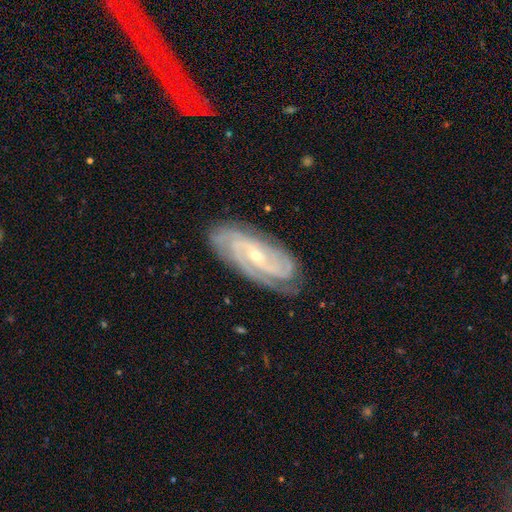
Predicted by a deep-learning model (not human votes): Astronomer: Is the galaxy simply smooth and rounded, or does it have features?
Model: featured or disk — 89%.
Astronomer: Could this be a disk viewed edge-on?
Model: no — 94%.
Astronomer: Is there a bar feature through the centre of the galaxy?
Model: no — 46% (runner-up: weak, 34%).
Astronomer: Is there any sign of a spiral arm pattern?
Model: yes — 98%.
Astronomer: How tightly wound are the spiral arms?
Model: tight — 65%.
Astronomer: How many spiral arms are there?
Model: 3 — 29% (runner-up: 2, 27%).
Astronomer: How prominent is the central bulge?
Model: small — 73%.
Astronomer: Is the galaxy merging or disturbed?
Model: none — 80%.